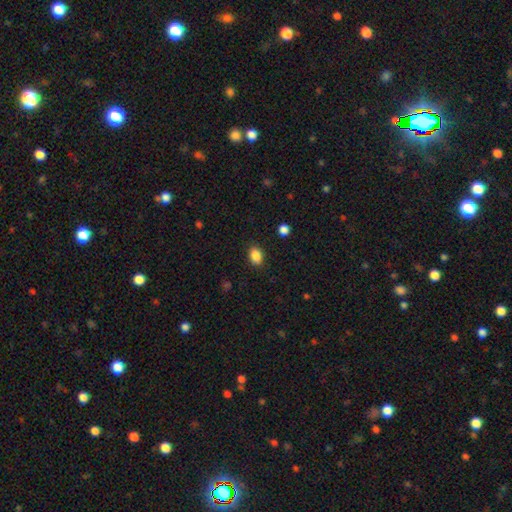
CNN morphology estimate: type=smooth (87%); roundness=in between (79%); merging=none (87%).